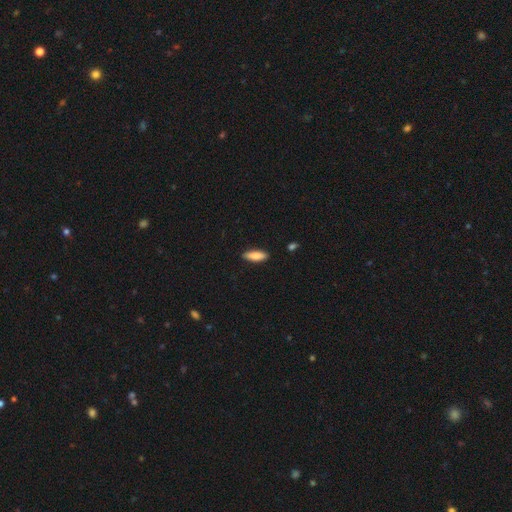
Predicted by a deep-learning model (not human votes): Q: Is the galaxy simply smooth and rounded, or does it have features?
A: smooth — 82%.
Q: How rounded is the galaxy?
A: in between — 56%.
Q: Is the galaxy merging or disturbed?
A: none — 88%.